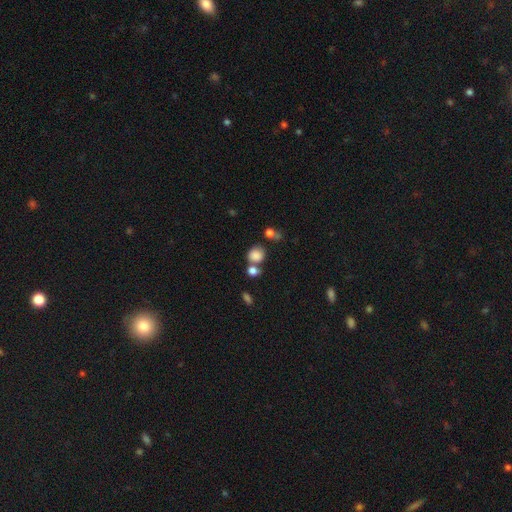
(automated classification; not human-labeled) smooth-or-featured: smooth: 82% | star or artifact: 11% | featured or disk: 7%
  how-rounded: round: 72% | in between: 27% | cigar-shaped: 1%
  merging: none: 51% | merger: 29% | minor disturbance: 13% | major disturbance: 6%